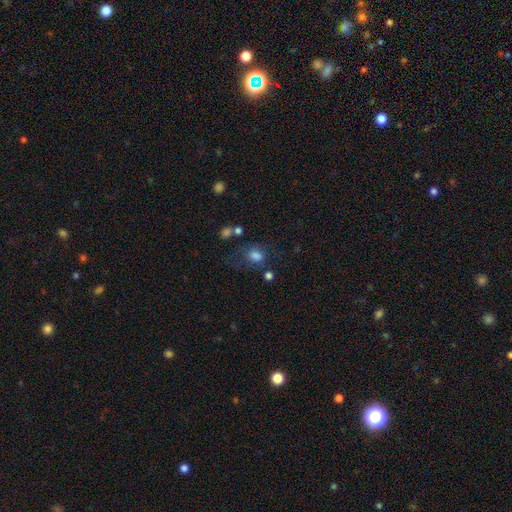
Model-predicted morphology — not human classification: Q: Smooth or featured?
A: smooth (78%); runner-up: star or artifact (13%)
Q: How rounded?
A: in between (53%); runner-up: round (45%)
Q: Merging?
A: none (50%); runner-up: minor disturbance (22%)